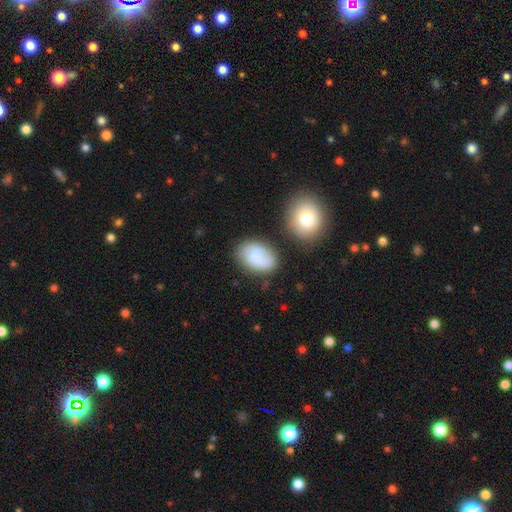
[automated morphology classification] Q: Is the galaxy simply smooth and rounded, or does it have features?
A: smooth — 63%.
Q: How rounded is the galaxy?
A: in between — 85%.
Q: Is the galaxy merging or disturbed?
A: none — 66%.